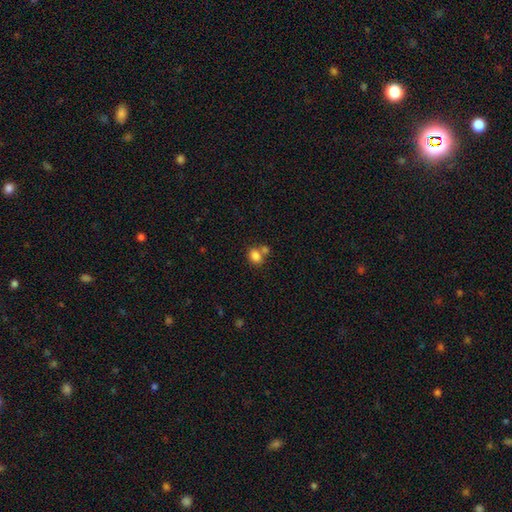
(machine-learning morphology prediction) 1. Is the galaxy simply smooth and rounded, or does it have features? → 83% smooth, 10% star or artifact, 7% featured or disk.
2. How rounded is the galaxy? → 62% in between, 37% round, 1% cigar-shaped.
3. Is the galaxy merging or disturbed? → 52% none, 33% merger, 11% minor disturbance, 4% major disturbance.